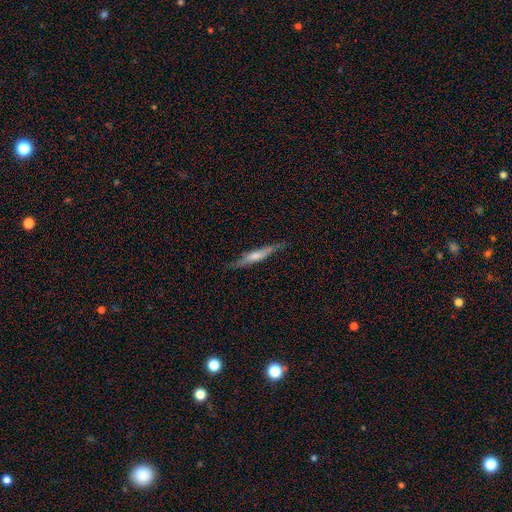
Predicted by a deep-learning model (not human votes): Smooth or featured: smooth — 48% (featured or disk — 46%)
Merging: none — 80% (minor disturbance — 15%)